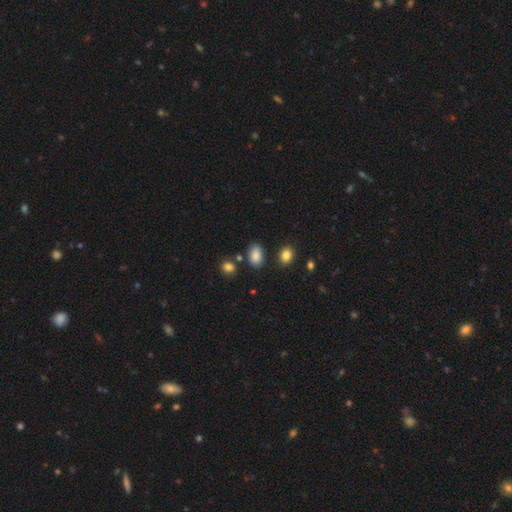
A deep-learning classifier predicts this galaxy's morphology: This appears to be a smooth galaxy with no disk features (86%) that is in between round and cigar-shaped (85%). Merging: none (77%).